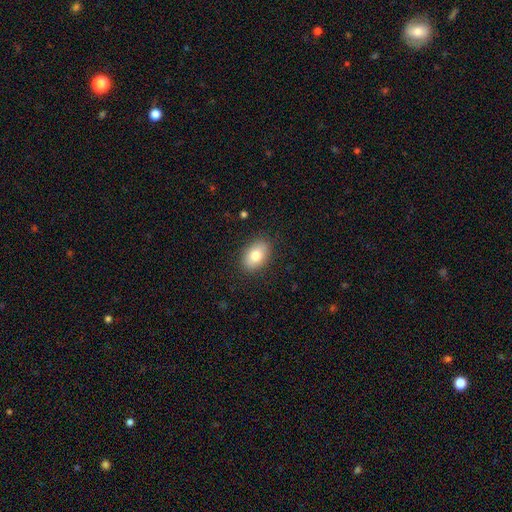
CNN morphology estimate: smooth_or_featured: smooth (p=0.78) [alt: featured or disk p=0.14]
how_rounded: in between (p=0.85) [alt: round p=0.14]
merging: none (p=0.87) [alt: minor disturbance p=0.10]